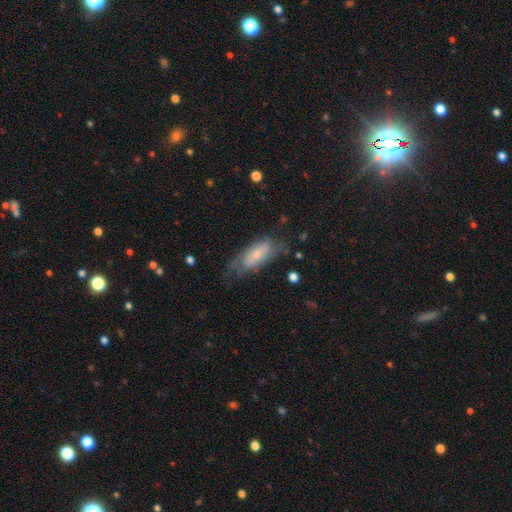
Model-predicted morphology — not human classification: Overall: smooth (58%; featured or disk 35%). How rounded: in between (76%). Merging: none (50%; minor disturbance 30%).